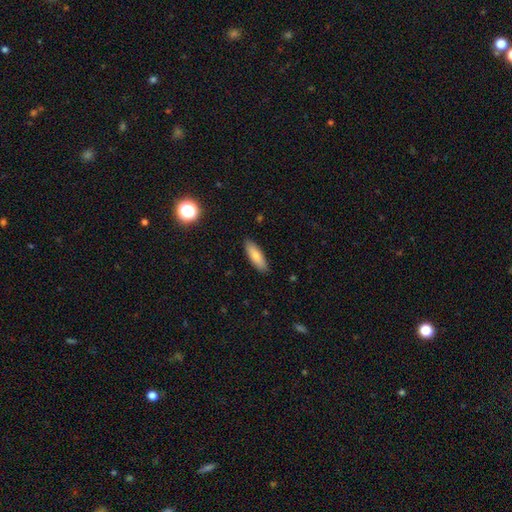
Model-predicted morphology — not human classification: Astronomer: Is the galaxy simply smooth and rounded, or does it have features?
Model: smooth — 80%.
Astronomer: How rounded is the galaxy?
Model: in between — 55% (runner-up: cigar-shaped, 43%).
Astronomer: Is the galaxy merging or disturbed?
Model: none — 88%.